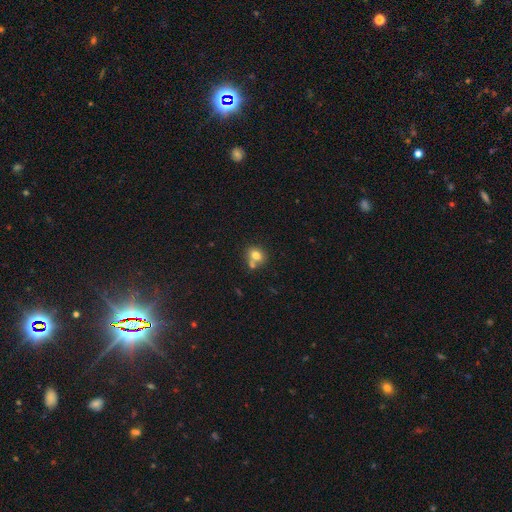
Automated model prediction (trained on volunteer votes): smooth-or-featured: smooth: 76% | featured or disk: 13% | star or artifact: 11%
  how-rounded: round: 58% | in between: 41% | cigar-shaped: 1%
  merging: none: 49% | merger: 34% | minor disturbance: 13% | major disturbance: 4%